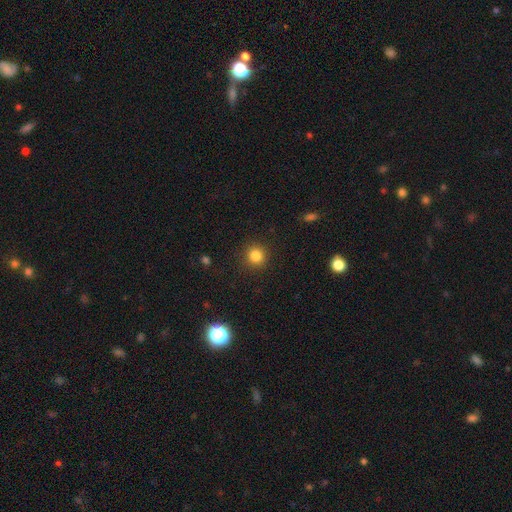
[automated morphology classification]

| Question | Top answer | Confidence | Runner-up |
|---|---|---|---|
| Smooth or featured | smooth | 83% | star or artifact (13%) |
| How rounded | round | 93% | in between (6%) |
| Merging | none | 91% | minor disturbance (6%) |